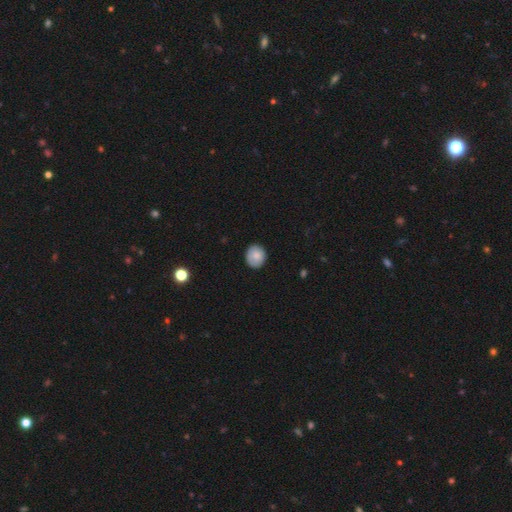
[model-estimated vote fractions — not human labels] Morphology: type=smooth (84%); roundness=round (75%); merging=none (85%).